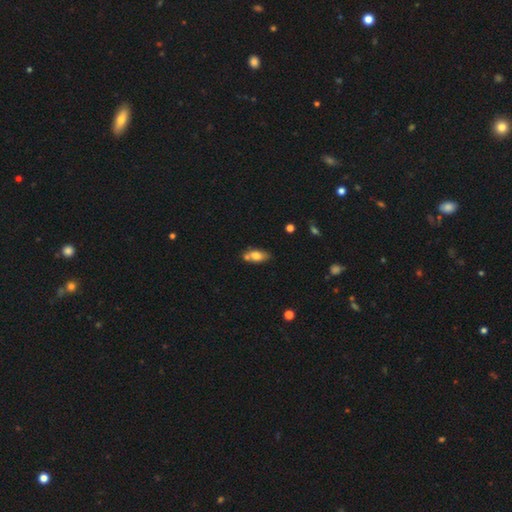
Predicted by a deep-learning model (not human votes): smooth_or_featured: smooth (p=0.73) [alt: featured or disk p=0.19]
how_rounded: in between (p=0.86) [alt: cigar-shaped p=0.08]
merging: none (p=0.55) [alt: merger p=0.26]